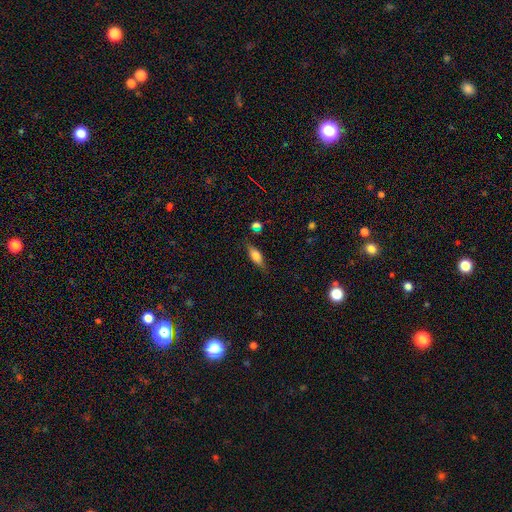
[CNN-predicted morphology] smooth-or-featured: smooth: 69% | featured or disk: 22% | star or artifact: 9%
  how-rounded: in between: 69% | cigar-shaped: 28% | round: 4%
  merging: none: 77% | minor disturbance: 17% | major disturbance: 4% | merger: 2%